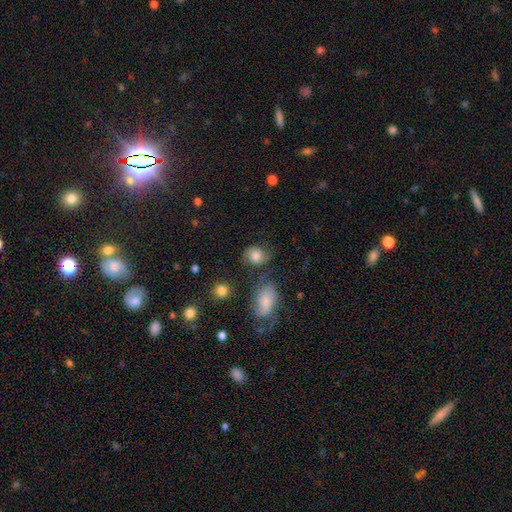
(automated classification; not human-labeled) smooth-or-featured: smooth: 64% | featured or disk: 25% | star or artifact: 11%
  how-rounded: round: 63% | in between: 36% | cigar-shaped: 1%
  merging: none: 60% | minor disturbance: 22% | major disturbance: 10% | merger: 7%